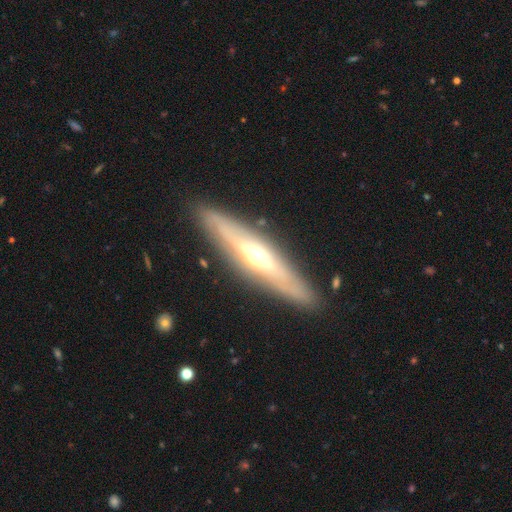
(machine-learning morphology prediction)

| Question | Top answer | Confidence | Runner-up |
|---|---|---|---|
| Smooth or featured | featured or disk | 74% | smooth (21%) |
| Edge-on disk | yes | 79% | no (21%) |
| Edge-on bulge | rounded | 85% | none (11%) |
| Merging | none | 86% | minor disturbance (10%) |